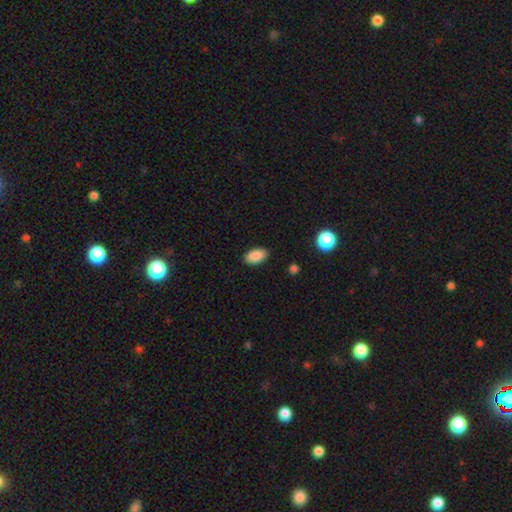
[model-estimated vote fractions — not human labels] Q: Smooth or featured?
A: smooth (88%); runner-up: star or artifact (8%)
Q: How rounded?
A: in between (93%); runner-up: round (5%)
Q: Merging?
A: none (88%); runner-up: minor disturbance (9%)